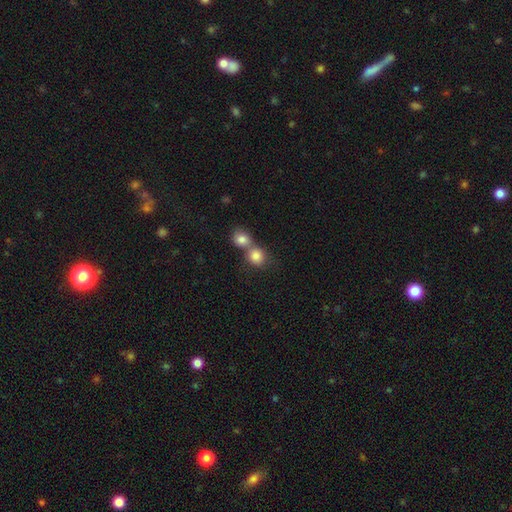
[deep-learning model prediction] Q: Smooth or featured?
A: smooth (83%); runner-up: star or artifact (10%)
Q: How rounded?
A: round (80%); runner-up: in between (19%)
Q: Merging?
A: merger (57%); runner-up: none (35%)